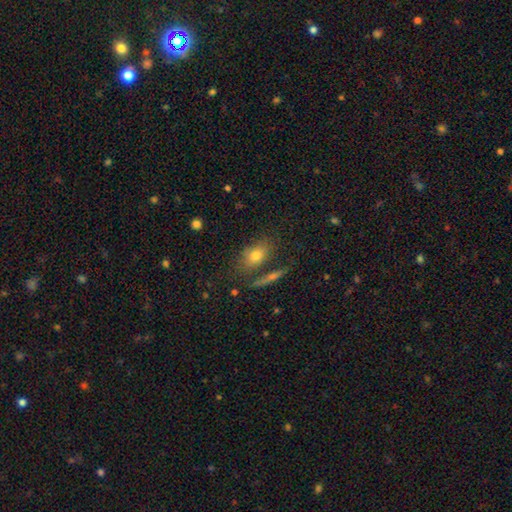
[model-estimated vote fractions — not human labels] A smooth galaxy with no disk features (72%) that is in between round and cigar-shaped (77%). Merging: none (64%).